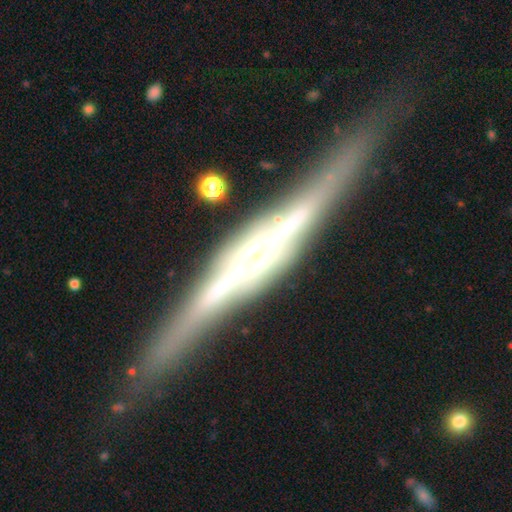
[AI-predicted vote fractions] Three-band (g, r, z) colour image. It shows a featured or disk galaxy (86%) viewed edge-on (97%) with a rounded central bulge (52%). Merging: none (85%).